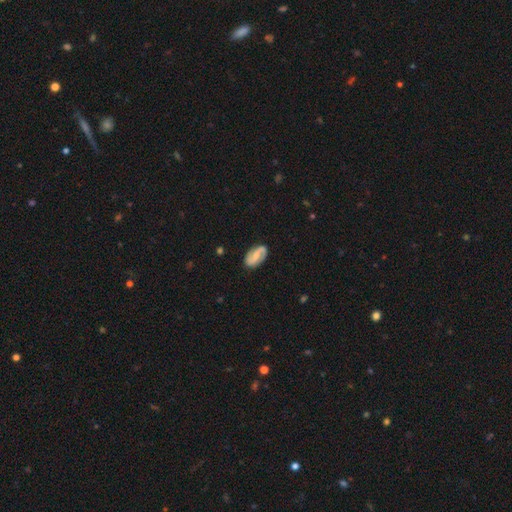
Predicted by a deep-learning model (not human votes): A featured or disk galaxy (66%) with a weak bar (45%), 2 (87%) loose (41%) spiral arms (89%) and a small central bulge (47%).

Vote fractions:
- Smooth or featured? featured or disk: 66% / smooth: 28% / star or artifact: 6%
- Edge-on disk? no: 96% / yes: 4%
- Bar? weak: 45% / no: 28% / strong: 27%
- Spiral arms? yes: 89% / no: 11%
- Spiral winding? loose: 41% / medium: 37% / tight: 22%
- Spiral arm count? 2: 87% / can't tell: 6% / 1: 4% / 3: 1% / 4: 1% / more than 4: 1%
- Bulge size? small: 47% / moderate: 33% / none: 16% / large: 3% / dominant: 1%
- Merging? none: 82% / minor disturbance: 13% / major disturbance: 3% / merger: 2%